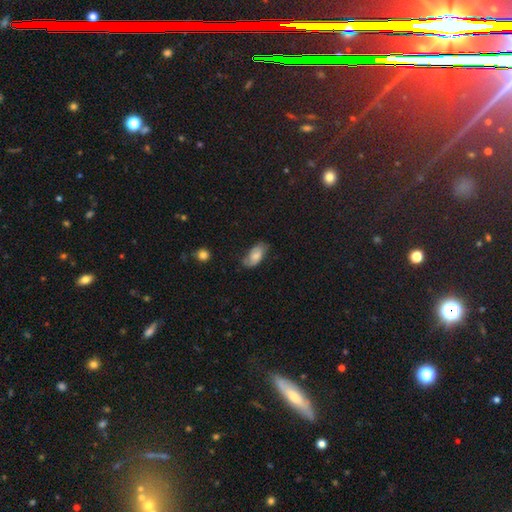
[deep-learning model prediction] Smooth or featured: smooth — 66% (featured or disk — 27%)
How rounded: in between — 92% (cigar-shaped — 5%)
Merging: none — 60% (minor disturbance — 30%)